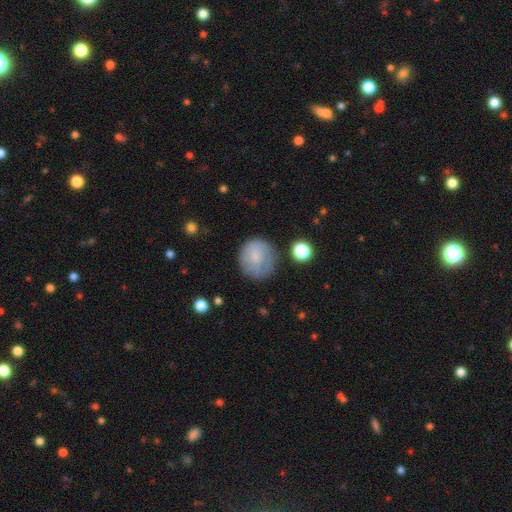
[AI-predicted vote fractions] A smooth galaxy with no disk features (68%) that is round (87%). Merging: none (66%).